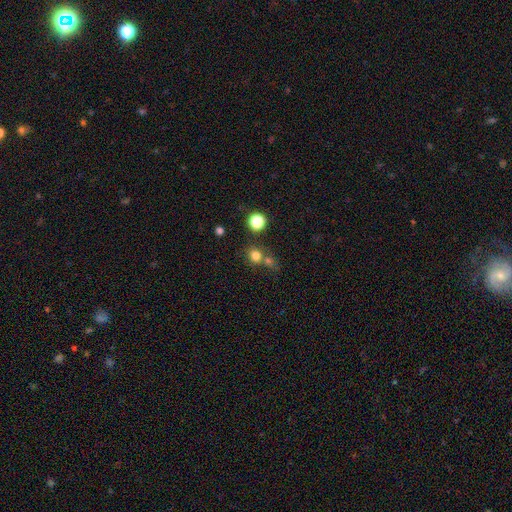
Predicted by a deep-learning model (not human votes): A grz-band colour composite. It shows a smooth galaxy with no disk features (75%) that is round (83%). Merging: none (56%).